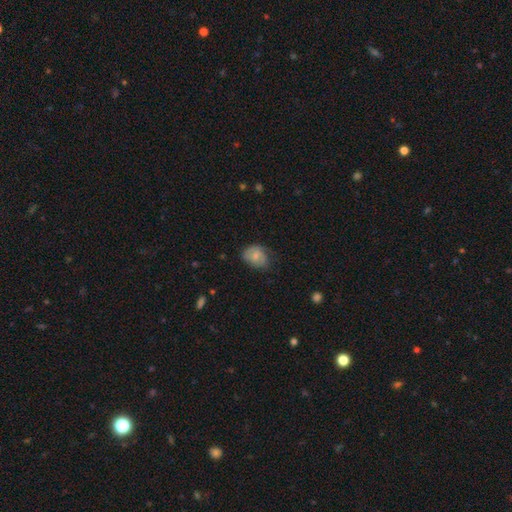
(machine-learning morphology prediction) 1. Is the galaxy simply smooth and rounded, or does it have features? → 69% smooth, 23% featured or disk, 7% star or artifact.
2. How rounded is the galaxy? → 62% in between, 37% round, 1% cigar-shaped.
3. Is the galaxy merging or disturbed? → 56% none, 33% minor disturbance, 10% major disturbance, 1% merger.